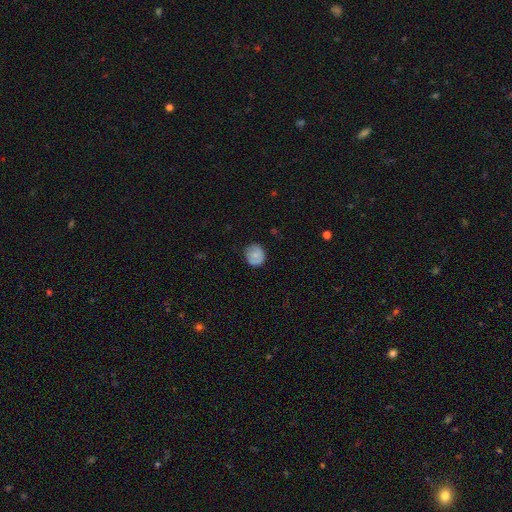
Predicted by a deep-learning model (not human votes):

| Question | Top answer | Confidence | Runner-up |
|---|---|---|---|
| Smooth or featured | smooth | 76% | featured or disk (16%) |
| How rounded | round | 83% | in between (16%) |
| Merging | none | 77% | minor disturbance (18%) |